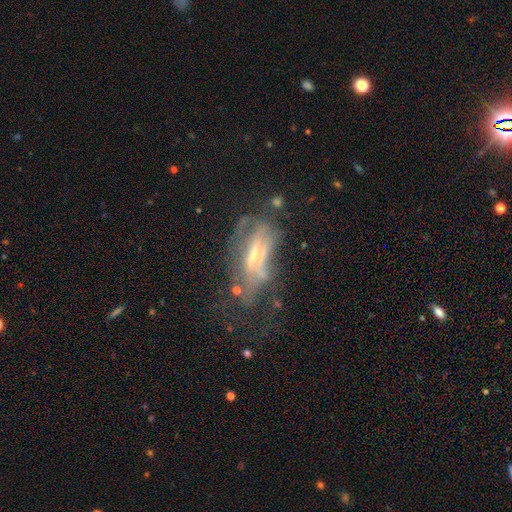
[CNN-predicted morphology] type=featured or disk (62%); edge-on=no (64%); merging=major disturbance (38%).